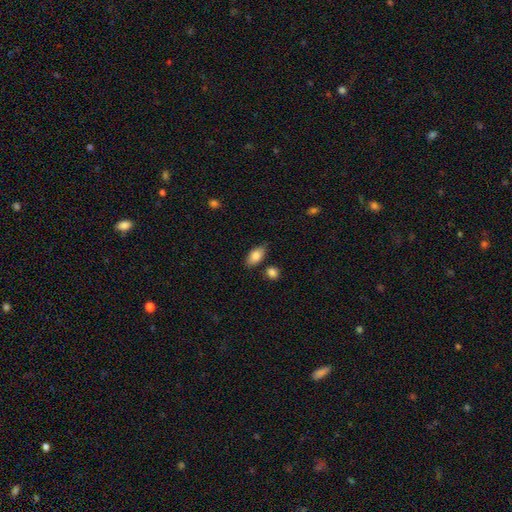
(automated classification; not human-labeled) smooth_or_featured: smooth (p=0.82) [alt: featured or disk p=0.11]
how_rounded: in between (p=0.88) [alt: cigar-shaped p=0.06]
merging: none (p=0.77) [alt: minor disturbance p=0.15]